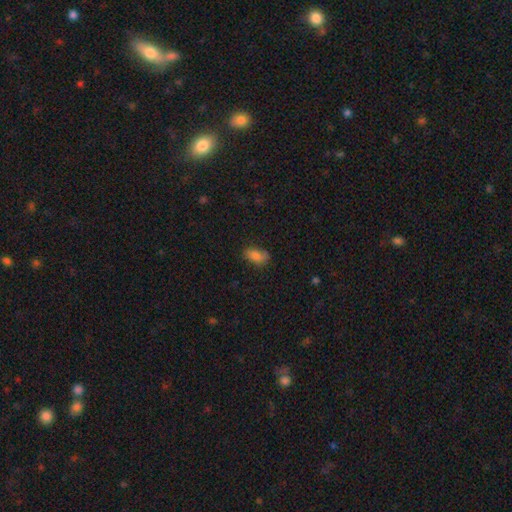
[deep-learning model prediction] Smooth or featured? Predicted: smooth (p=0.81). How rounded? Predicted: in between (p=0.90). Merging? Predicted: none (p=0.64).